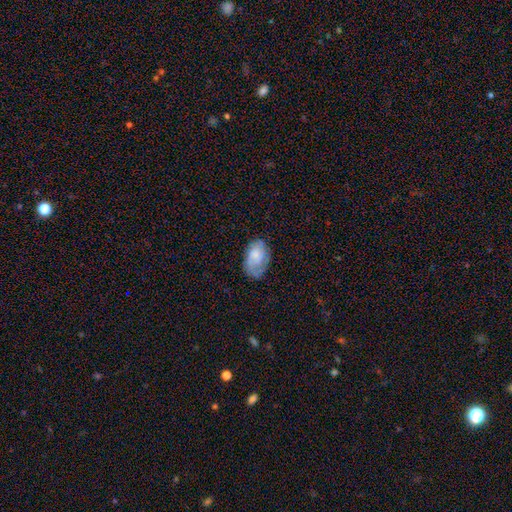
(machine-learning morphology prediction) Q: Smooth or featured?
A: smooth (48%); runner-up: featured or disk (45%)
Q: Merging?
A: none (62%); runner-up: minor disturbance (25%)